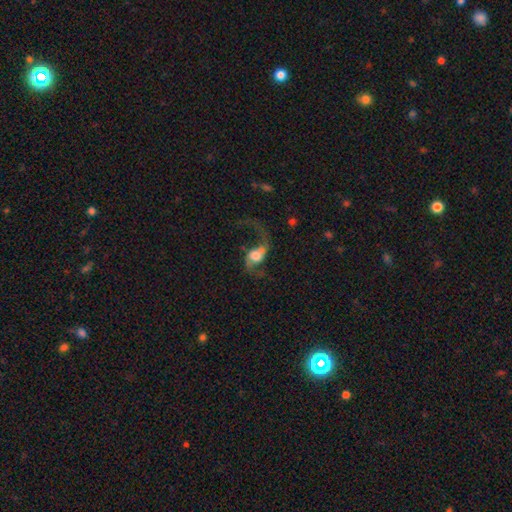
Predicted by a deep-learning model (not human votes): Q: Smooth or featured?
A: featured or disk (77%); runner-up: smooth (15%)
Q: Edge-on disk?
A: no (95%); runner-up: yes (5%)
Q: Bar?
A: no (54%); runner-up: weak (32%)
Q: Spiral arms?
A: yes (93%); runner-up: no (7%)
Q: Spiral winding?
A: loose (86%); runner-up: medium (12%)
Q: Spiral arm count?
A: 2 (88%); runner-up: 1 (7%)
Q: Bulge size?
A: large (40%); runner-up: moderate (36%)
Q: Merging?
A: none (51%); runner-up: major disturbance (31%)